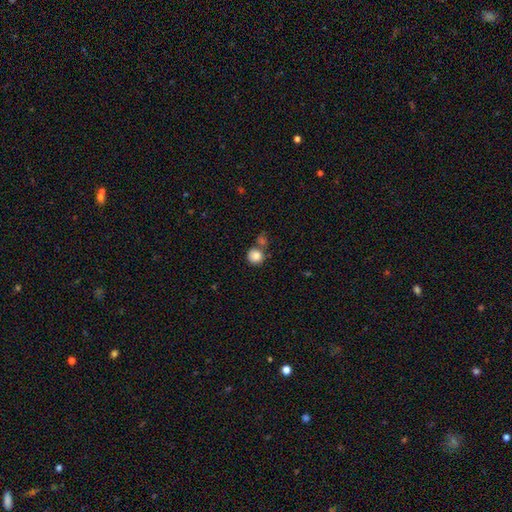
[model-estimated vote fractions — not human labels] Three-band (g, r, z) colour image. It shows a smooth galaxy with no disk features (85%) that is round (90%). Merging: none (63%).